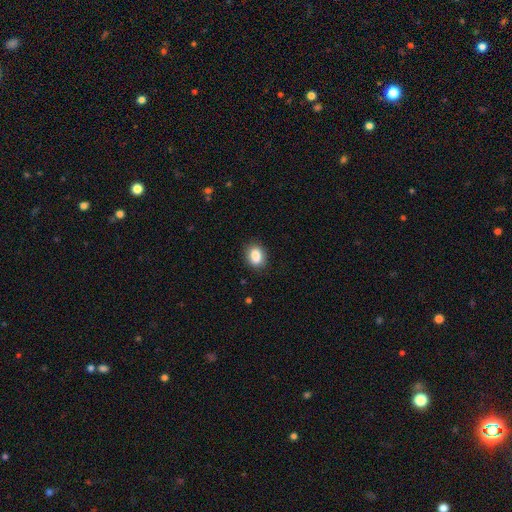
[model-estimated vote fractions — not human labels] Q: Smooth or featured?
A: smooth (87%); runner-up: star or artifact (8%)
Q: How rounded?
A: in between (66%); runner-up: round (33%)
Q: Merging?
A: none (85%); runner-up: minor disturbance (11%)